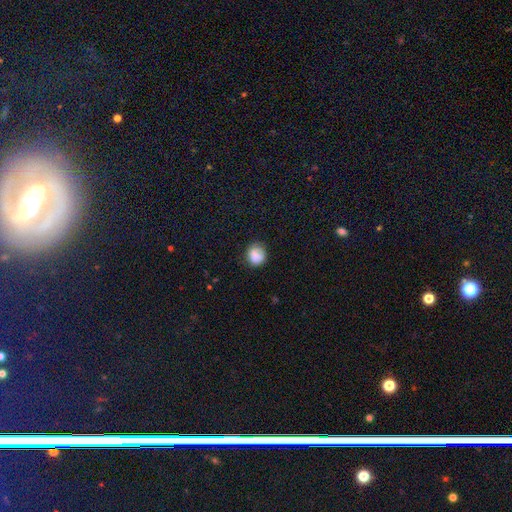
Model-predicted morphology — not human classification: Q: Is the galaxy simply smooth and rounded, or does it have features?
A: smooth — 85%.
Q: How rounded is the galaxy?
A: round — 79%.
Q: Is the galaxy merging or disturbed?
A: none — 75%.